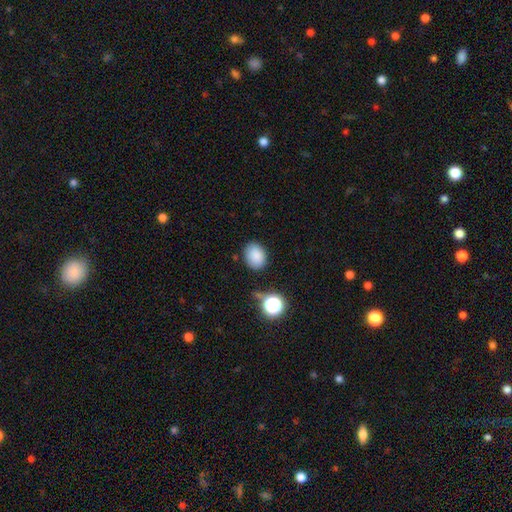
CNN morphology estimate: Overall: smooth (84%). How rounded: in between (59%; round 40%). Merging: none (78%).